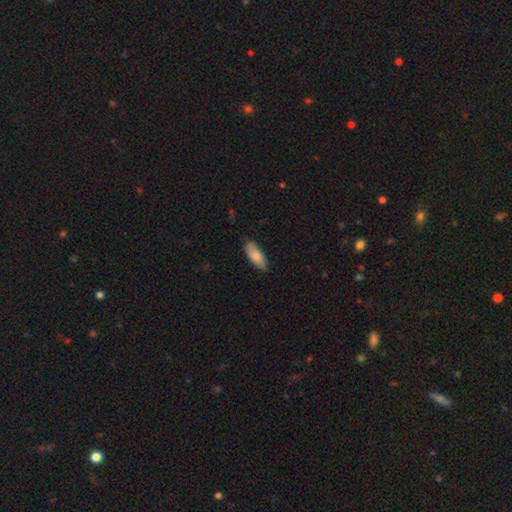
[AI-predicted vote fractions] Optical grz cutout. It shows a smooth galaxy with no disk features (83%) that is in between round and cigar-shaped (80%). Merging: none (85%).